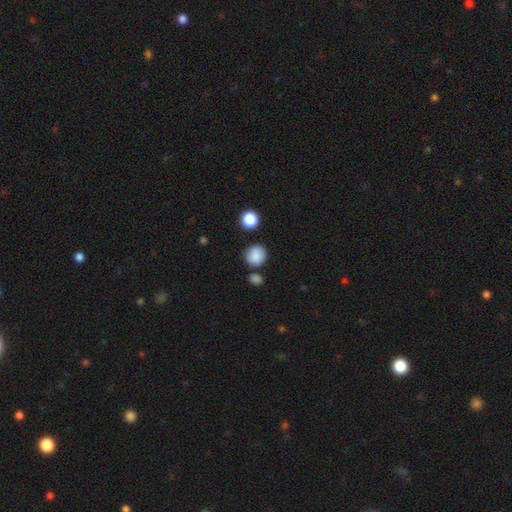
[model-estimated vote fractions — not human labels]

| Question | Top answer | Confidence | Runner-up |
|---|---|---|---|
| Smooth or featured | smooth | 86% | star or artifact (9%) |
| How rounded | round | 85% | in between (14%) |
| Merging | none | 77% | minor disturbance (12%) |